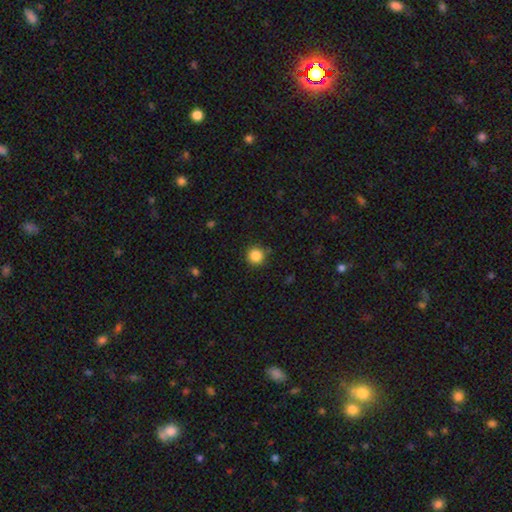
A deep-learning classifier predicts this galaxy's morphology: smooth_or_featured: smooth (p=0.85) [alt: star or artifact p=0.11]
how_rounded: round (p=0.95) [alt: in between p=0.04]
merging: none (p=0.90) [alt: minor disturbance p=0.07]